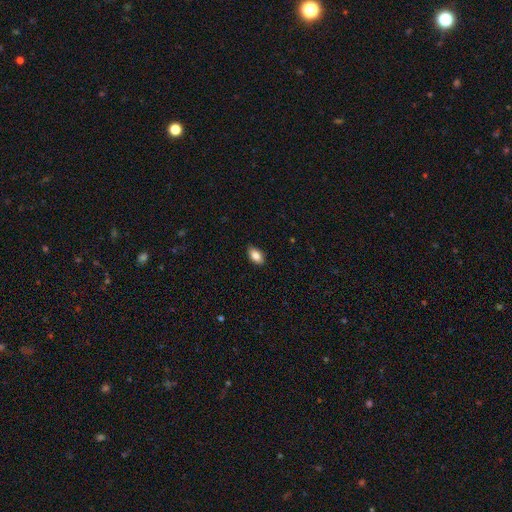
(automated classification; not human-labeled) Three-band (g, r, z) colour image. It shows a smooth galaxy with no disk features (86%) that is in between round and cigar-shaped (92%). Merging: none (88%).